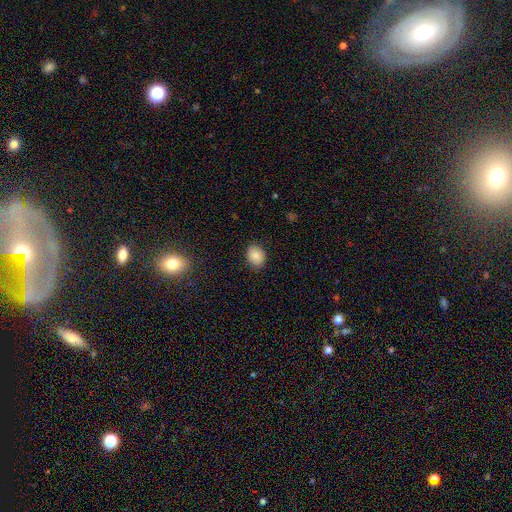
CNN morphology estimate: Smooth or featured: smooth — 85% (star or artifact — 9%)
How rounded: in between — 55% (round — 44%)
Merging: none — 87% (minor disturbance — 9%)